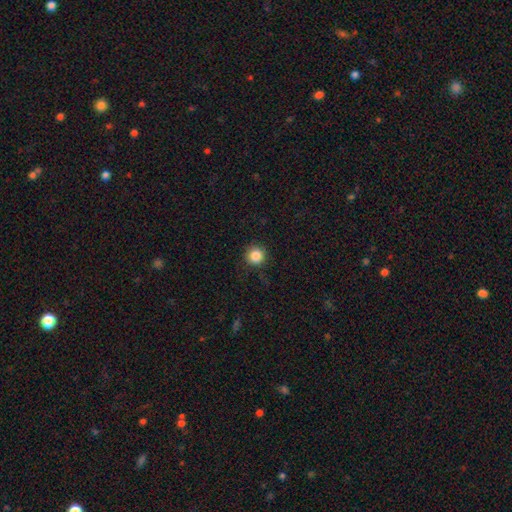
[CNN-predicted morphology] smooth-or-featured: smooth: 86% | star or artifact: 10% | featured or disk: 4%
  how-rounded: round: 94% | in between: 5% | cigar-shaped: 1%
  merging: none: 87% | minor disturbance: 9% | major disturbance: 3% | merger: 1%